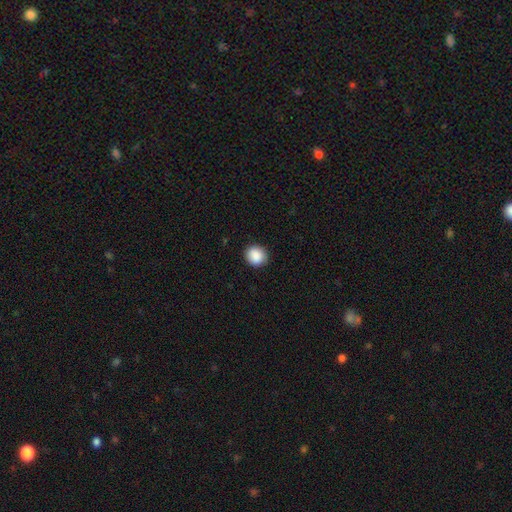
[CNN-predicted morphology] type=smooth (89%); roundness=round (79%); merging=none (88%).